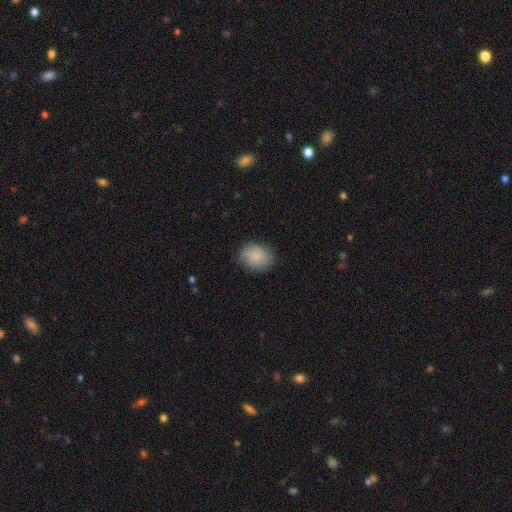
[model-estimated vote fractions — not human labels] Q: Smooth or featured?
A: smooth (80%); runner-up: featured or disk (12%)
Q: How rounded?
A: in between (53%); runner-up: round (46%)
Q: Merging?
A: none (71%); runner-up: minor disturbance (22%)